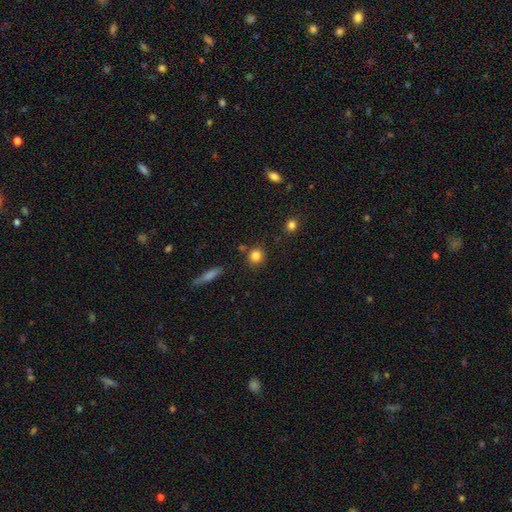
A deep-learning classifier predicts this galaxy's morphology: Smooth or featured?
  - smooth: 83% *
  - star or artifact: 11%
  - featured or disk: 6%
How rounded?
  - round: 87% *
  - in between: 11%
  - cigar-shaped: 2%
Merging?
  - none: 82% *
  - minor disturbance: 9%
  - merger: 6%
  - major disturbance: 3%